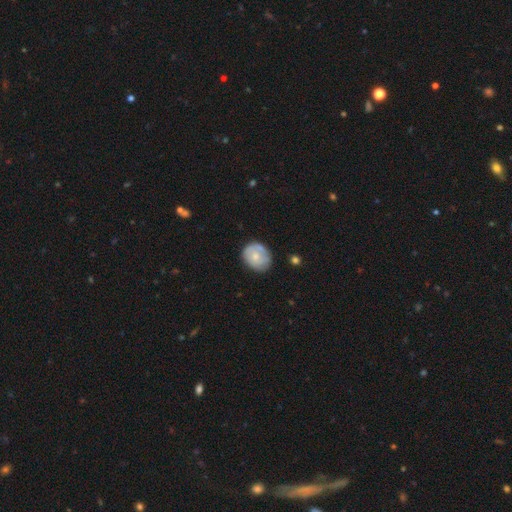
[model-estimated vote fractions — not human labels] A smooth galaxy with no disk features (60%) that is round (60%). Merging: none (66%).